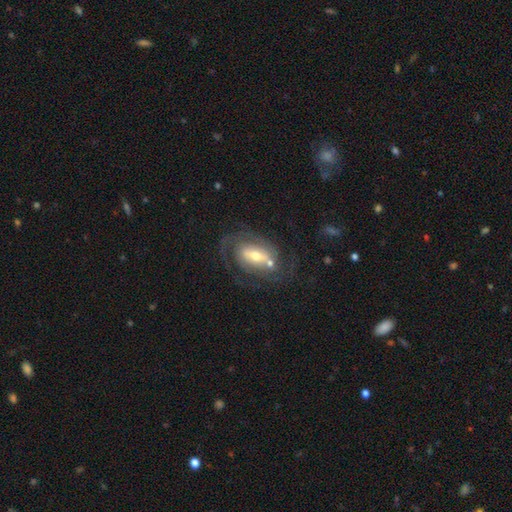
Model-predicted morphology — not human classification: Overall: featured or disk (75%). Edge-on disk: no (94%). Bar: weak (40%; strong 32%). Spiral arms: yes (84%). Spiral arm count: 2 (53%; can't tell 23%). Spiral winding: medium (42%; tight 39%). Bulge size: moderate (60%; small 27%). Merging: none (52%; major disturbance 19%).